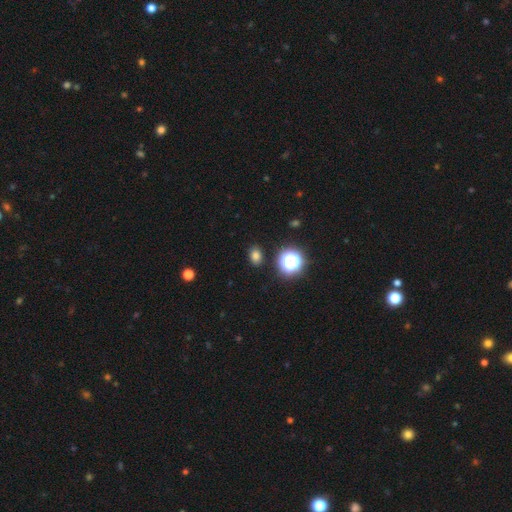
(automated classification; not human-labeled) A smooth galaxy with no disk features (76%) that is in between round and cigar-shaped (62%).

Vote fractions:
- Smooth or featured? smooth: 76% / star or artifact: 18% / featured or disk: 6%
- How rounded? in between: 62% / round: 37% / cigar-shaped: 1%
- Merging? none: 88% / minor disturbance: 8% / major disturbance: 2% / merger: 2%